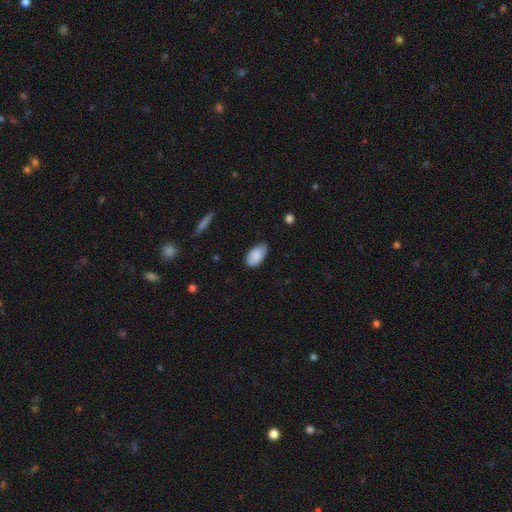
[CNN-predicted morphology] smooth-or-featured: smooth: 88% | star or artifact: 6% | featured or disk: 6%
  how-rounded: in between: 94% | round: 4% | cigar-shaped: 2%
  merging: none: 71% | minor disturbance: 24% | major disturbance: 4% | merger: 1%